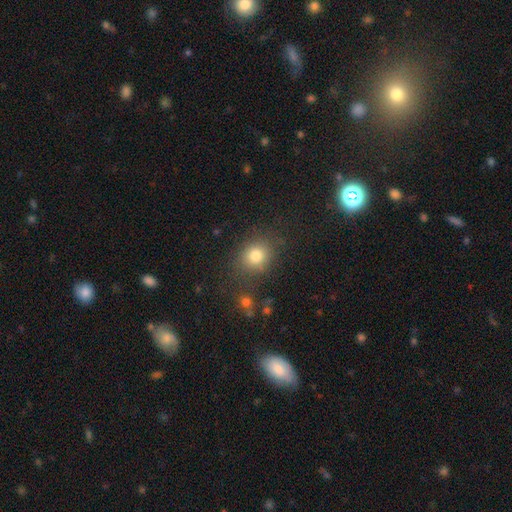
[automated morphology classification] Smooth or featured? Predicted: smooth (p=0.79). How rounded? Predicted: round (p=0.68). Merging? Predicted: none (p=0.78).